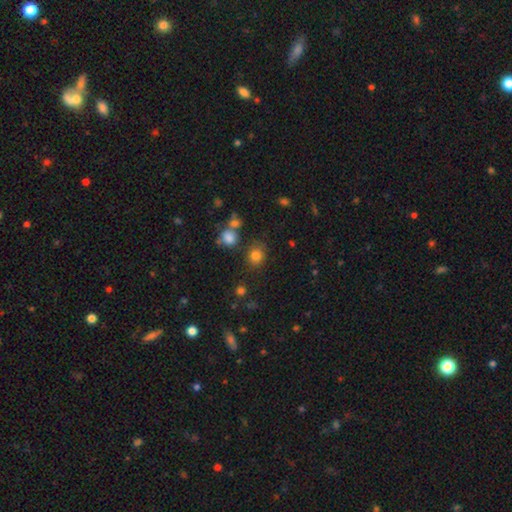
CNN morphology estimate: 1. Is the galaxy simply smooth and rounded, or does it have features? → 80% smooth, 14% star or artifact, 6% featured or disk.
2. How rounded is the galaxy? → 75% round, 24% in between, 1% cigar-shaped.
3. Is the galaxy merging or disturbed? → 75% none, 13% minor disturbance, 7% merger, 5% major disturbance.